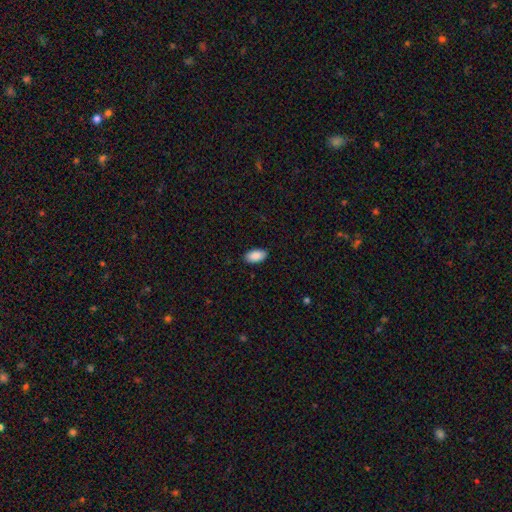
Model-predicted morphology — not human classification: smooth_or_featured: smooth (p=0.90) [alt: star or artifact p=0.06]
how_rounded: in between (p=0.95) [alt: round p=0.02]
merging: none (p=0.89) [alt: minor disturbance p=0.08]